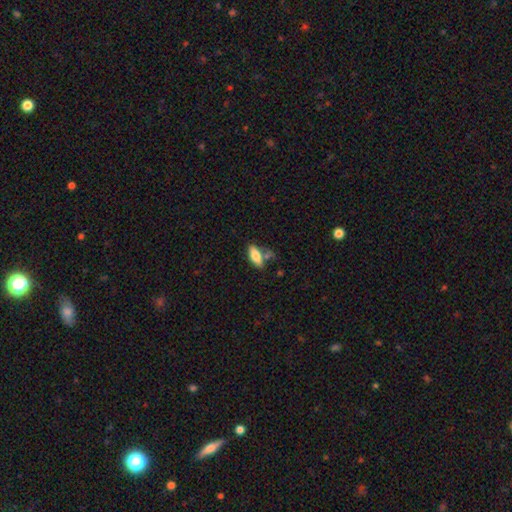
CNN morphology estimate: Smooth or featured? Predicted: smooth (p=0.78). How rounded? Predicted: in between (p=0.79). Merging? Predicted: none (p=0.64).